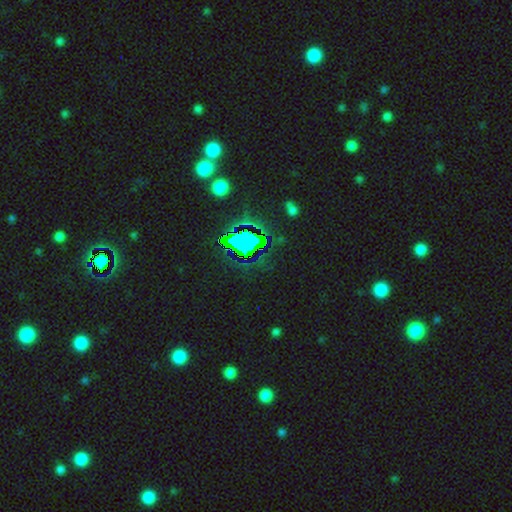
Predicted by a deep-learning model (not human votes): smooth-or-featured: star or artifact: 78% | smooth: 14% | featured or disk: 8%